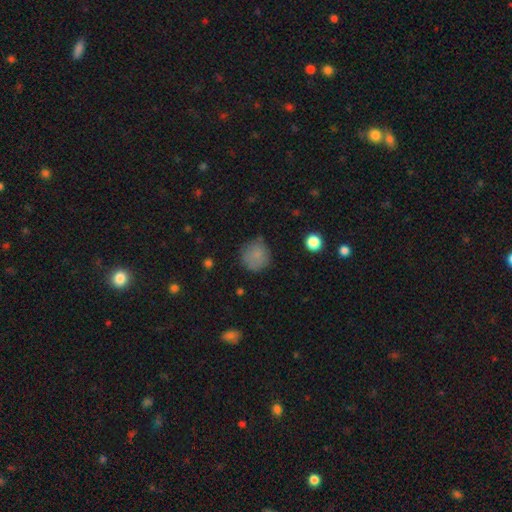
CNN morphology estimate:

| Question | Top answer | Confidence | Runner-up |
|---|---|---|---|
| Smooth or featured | smooth | 81% | star or artifact (11%) |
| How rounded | round | 90% | in between (9%) |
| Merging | none | 72% | minor disturbance (20%) |